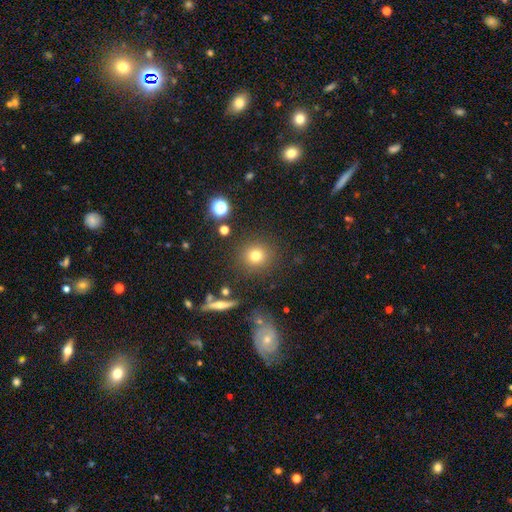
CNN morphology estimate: The model was most divided on "smooth or featured": smooth: 73%, star or artifact: 17%, featured or disk: 10%. More confident: how rounded — round (91%); merging — none (86%).